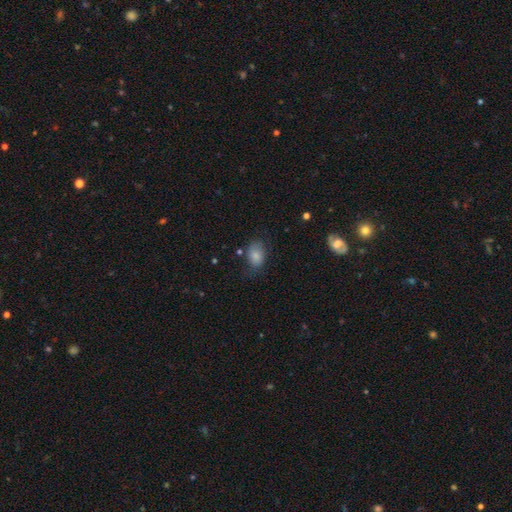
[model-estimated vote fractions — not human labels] Q: Smooth or featured?
A: smooth (80%); runner-up: featured or disk (11%)
Q: How rounded?
A: in between (79%); runner-up: round (20%)
Q: Merging?
A: none (60%); runner-up: minor disturbance (27%)